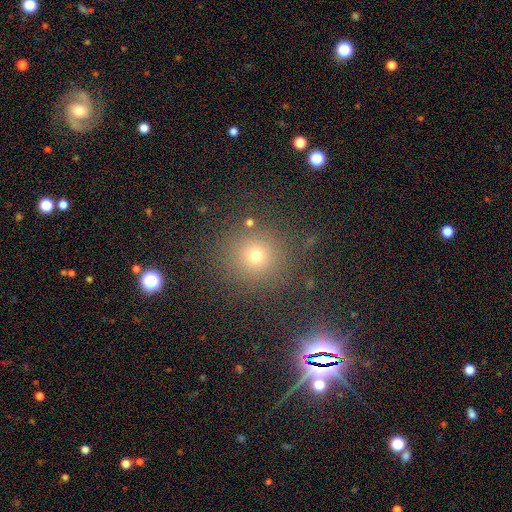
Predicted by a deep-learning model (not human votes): Smooth or featured: smooth — 69% (star or artifact — 22%)
How rounded: round — 93% (in between — 6%)
Merging: none — 85% (minor disturbance — 8%)